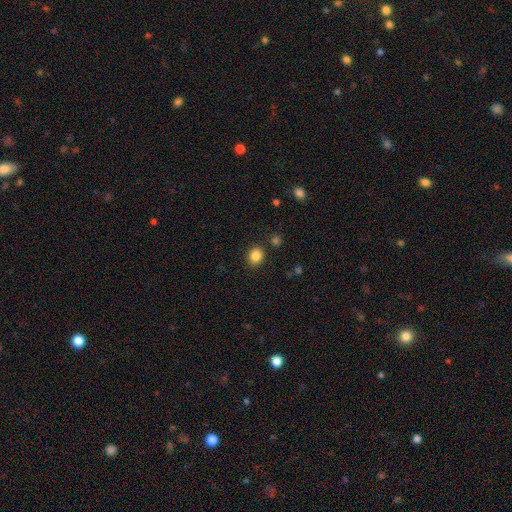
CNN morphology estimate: Smooth or featured? smooth (85%)
How rounded? round (66%)
Merging? none (87%)